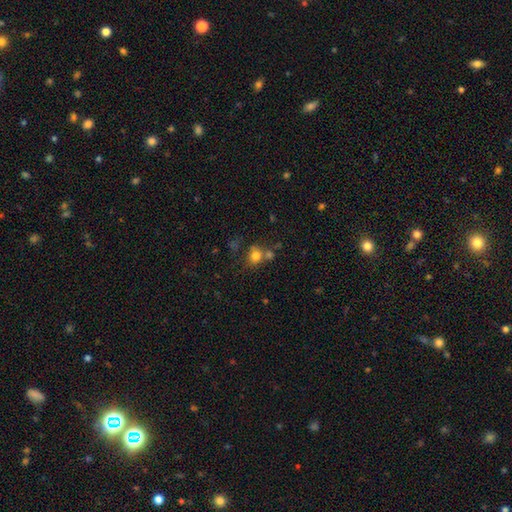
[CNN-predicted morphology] smooth_or_featured: smooth (p=0.77) [alt: star or artifact p=0.14]
how_rounded: round (p=0.79) [alt: in between p=0.20]
merging: none (p=0.54) [alt: merger p=0.27]